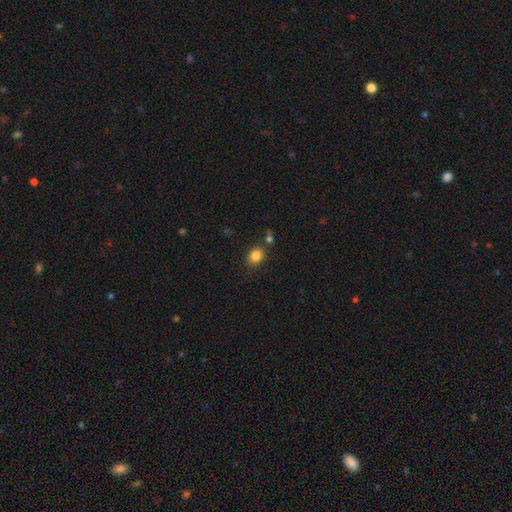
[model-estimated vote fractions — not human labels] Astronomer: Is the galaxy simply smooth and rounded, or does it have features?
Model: smooth — 84%.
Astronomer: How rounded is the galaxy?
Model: in between — 50% (runner-up: round, 49%).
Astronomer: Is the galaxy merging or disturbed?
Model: none — 80%.